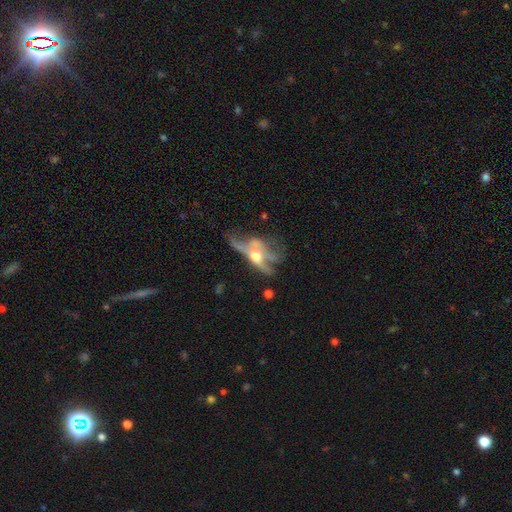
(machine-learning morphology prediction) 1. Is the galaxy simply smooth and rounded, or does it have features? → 67% featured or disk, 23% smooth, 10% star or artifact.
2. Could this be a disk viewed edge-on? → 66% no, 34% yes.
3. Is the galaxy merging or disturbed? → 42% major disturbance, 27% none, 17% minor disturbance, 15% merger.